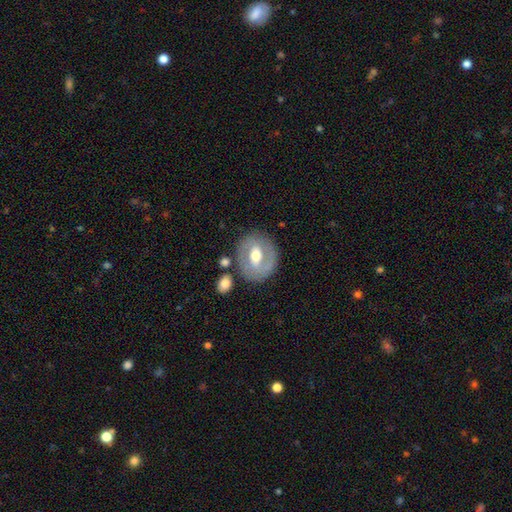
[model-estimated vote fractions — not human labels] Smooth or featured?
  - featured or disk: 61% *
  - smooth: 33%
  - star or artifact: 6%
Edge-on disk?
  - no: 94% *
  - yes: 6%
Bar?
  - weak: 43% *
  - strong: 31%
  - no: 27%
Spiral arms?
  - no: 55% *
  - yes: 45%
Bulge size?
  - moderate: 72% *
  - large: 14%
  - small: 12%
  - dominant: 1%
  - none: 1%
Merging?
  - none: 76% *
  - minor disturbance: 13%
  - major disturbance: 6%
  - merger: 5%